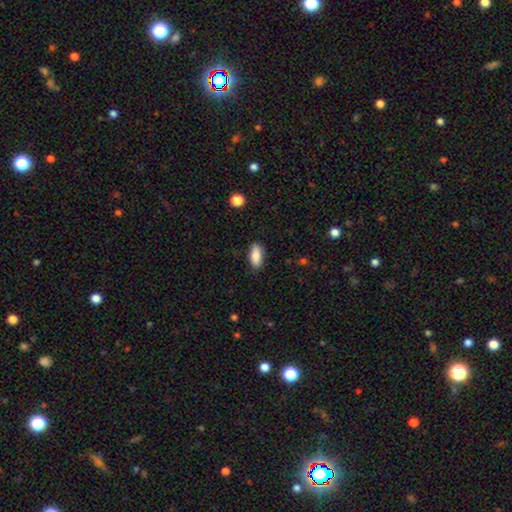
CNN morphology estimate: The model was most divided on "how rounded": in between: 85%, cigar-shaped: 13%, round: 2%. More confident: merging — none (86%); smooth or featured — smooth (85%).